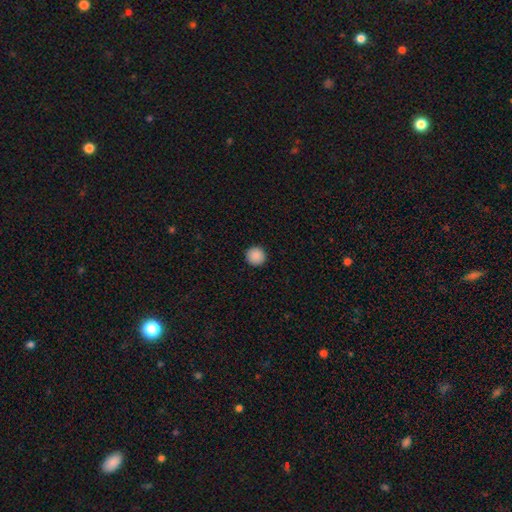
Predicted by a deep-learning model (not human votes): Smooth or featured: smooth — 89% (star or artifact — 9%)
How rounded: round — 95% (in between — 4%)
Merging: none — 93% (minor disturbance — 4%)